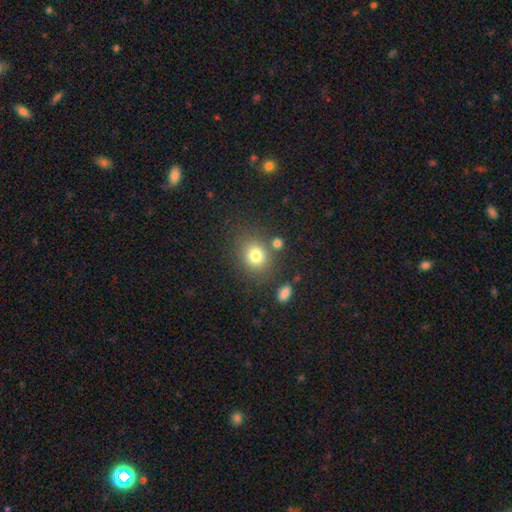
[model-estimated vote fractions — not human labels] Smooth or featured?
  - smooth: 79% *
  - star or artifact: 13%
  - featured or disk: 8%
How rounded?
  - round: 69% *
  - in between: 30%
  - cigar-shaped: 1%
Merging?
  - none: 76% *
  - minor disturbance: 11%
  - merger: 8%
  - major disturbance: 5%